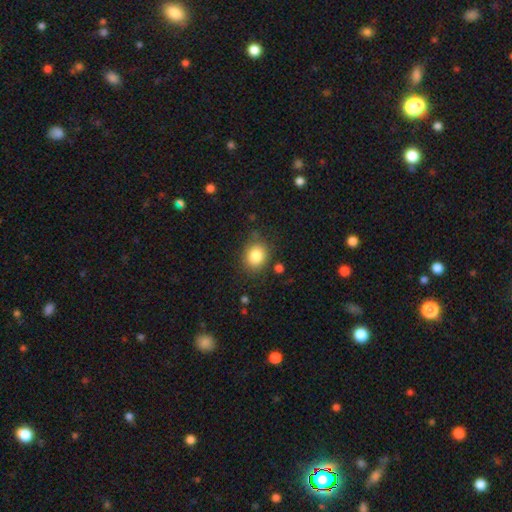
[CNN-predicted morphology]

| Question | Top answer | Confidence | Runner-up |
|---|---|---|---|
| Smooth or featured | smooth | 84% | star or artifact (9%) |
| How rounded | round | 66% | in between (33%) |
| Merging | none | 81% | minor disturbance (12%) |